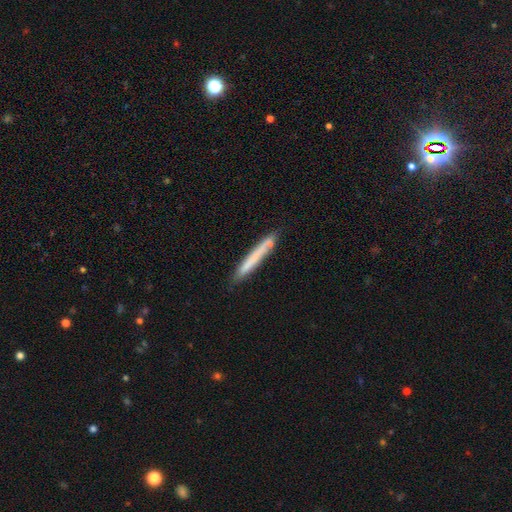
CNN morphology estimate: Smooth or featured?
  - smooth: 66% *
  - featured or disk: 27%
  - star or artifact: 7%
How rounded?
  - cigar-shaped: 96% *
  - in between: 3%
  - round: 1%
Merging?
  - none: 77% *
  - minor disturbance: 14%
  - merger: 6%
  - major disturbance: 3%